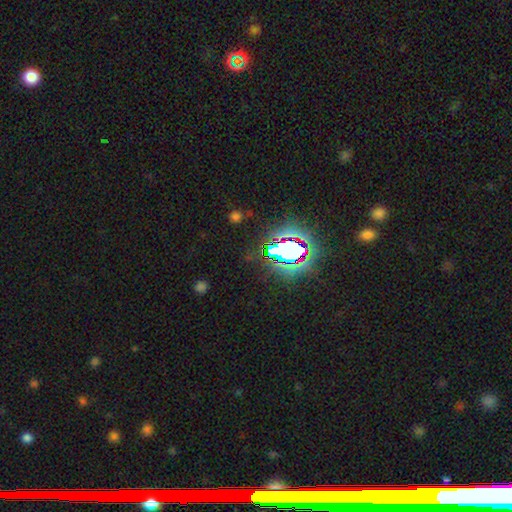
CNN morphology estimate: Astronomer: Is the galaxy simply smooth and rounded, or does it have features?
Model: star or artifact — 78%.